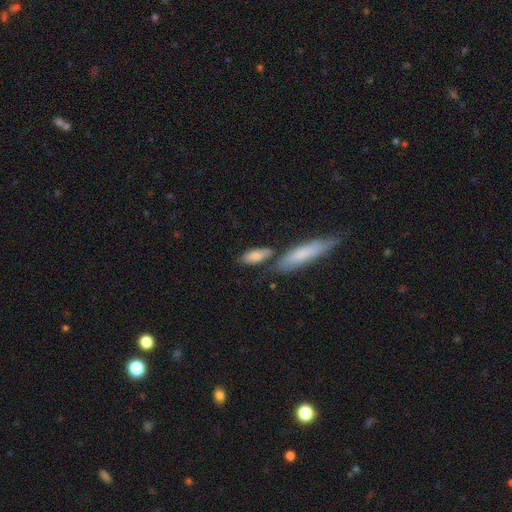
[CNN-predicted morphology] This is clearly a smooth galaxy (81%). How rounded: likely in between (68%). Merging: possibly none (53%).